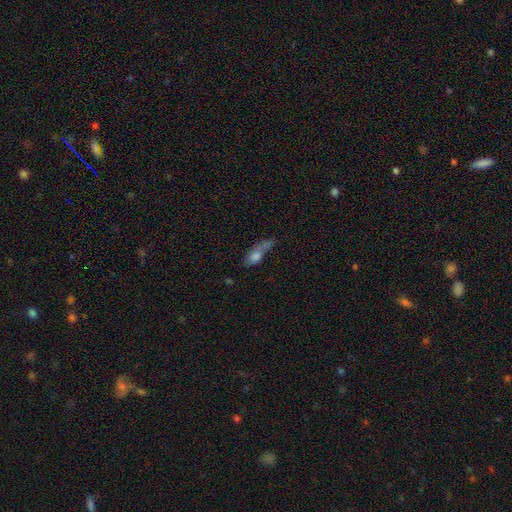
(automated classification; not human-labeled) Smooth or featured?
  - smooth: 63% *
  - featured or disk: 26%
  - star or artifact: 11%
How rounded?
  - in between: 66% *
  - cigar-shaped: 26%
  - round: 8%
Merging?
  - none: 28% *
  - major disturbance: 26%
  - minor disturbance: 25%
  - merger: 21%